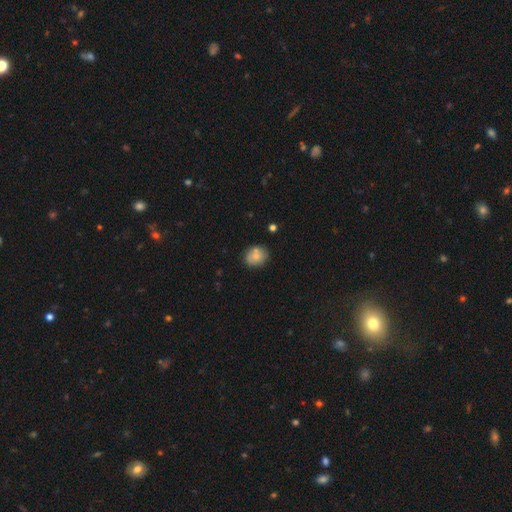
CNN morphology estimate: The model was most divided on "how rounded": round: 66%, in between: 33%, cigar-shaped: 1%. More confident: smooth or featured — smooth (74%); merging — none (70%).